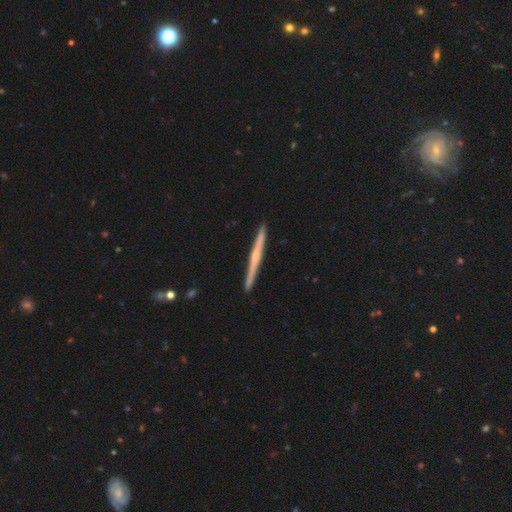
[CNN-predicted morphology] Smooth or featured? Predicted: featured or disk (p=0.67). Edge-on disk? Predicted: yes (p=0.98). Edge-on bulge? Predicted: rounded (p=0.49). Merging? Predicted: none (p=0.92).